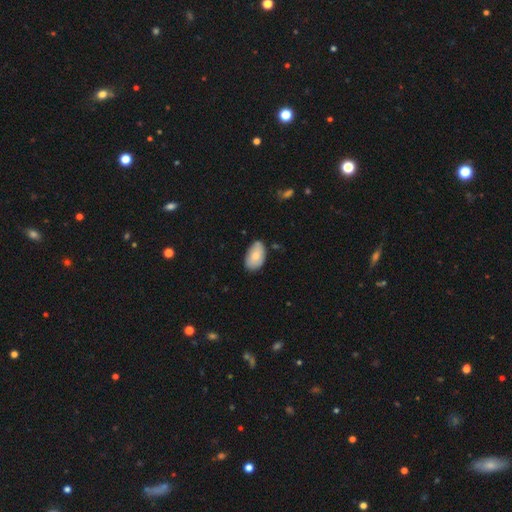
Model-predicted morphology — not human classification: A smooth galaxy with no disk features (79%) that is in between round and cigar-shaped (93%). Merging: none (71%).